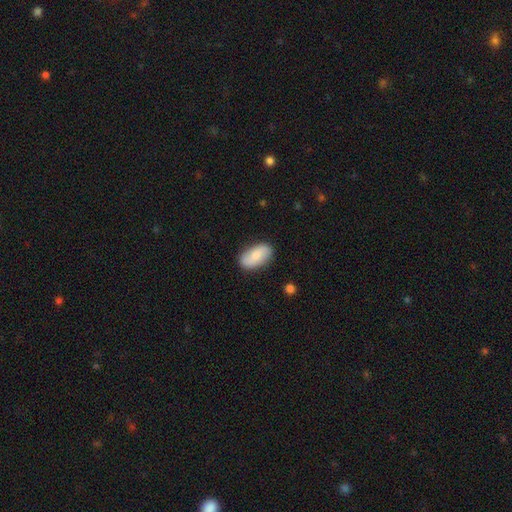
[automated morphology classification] smooth_or_featured: smooth (p=0.70) [alt: featured or disk p=0.24]
how_rounded: in between (p=0.94) [alt: round p=0.04]
merging: none (p=0.84) [alt: minor disturbance p=0.12]